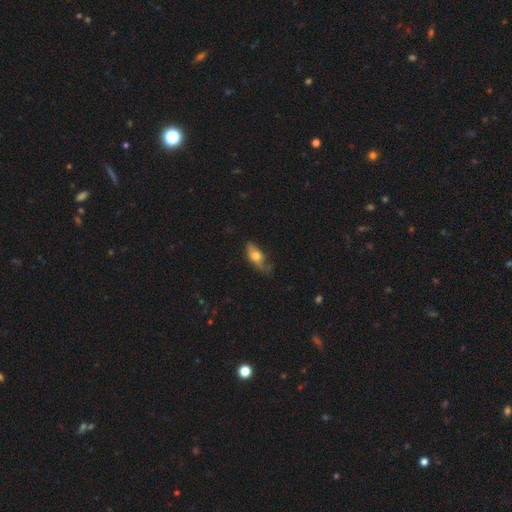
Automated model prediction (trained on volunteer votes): A smooth galaxy with no disk features (59%) that is in between round and cigar-shaped (76%). Merging: none (47%).